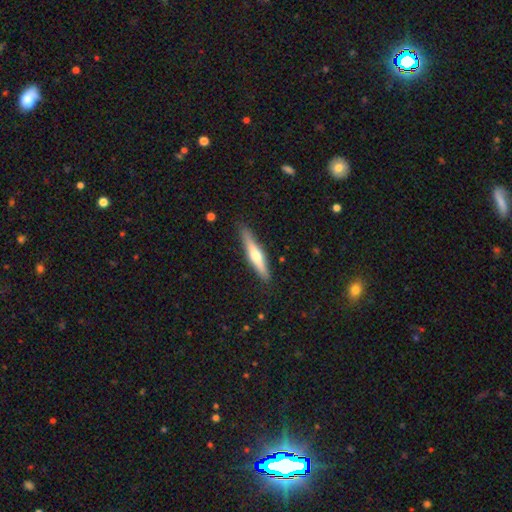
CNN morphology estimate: A featured or disk galaxy (56%) viewed edge-on (96%) with a rounded central bulge (89%).

Vote fractions:
- Smooth or featured? featured or disk: 56% / smooth: 38% / star or artifact: 6%
- Edge-on disk? yes: 96% / no: 4%
- Edge-on bulge? rounded: 89% / none: 7% / boxy: 5%
- Merging? none: 89% / minor disturbance: 8% / major disturbance: 2% / merger: 1%